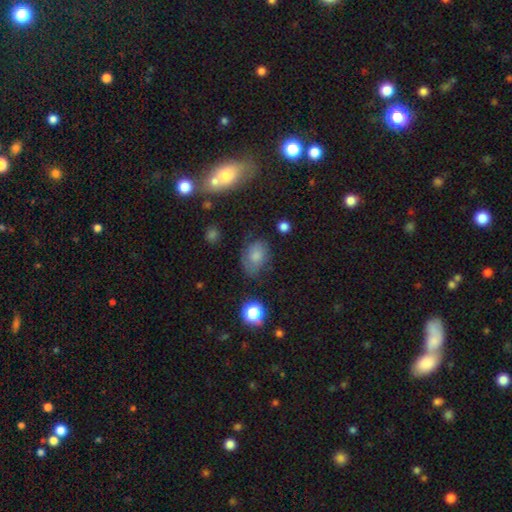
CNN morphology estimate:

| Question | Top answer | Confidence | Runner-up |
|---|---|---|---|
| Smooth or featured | smooth | 65% | featured or disk (22%) |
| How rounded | in between | 76% | round (23%) |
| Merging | none | 62% | minor disturbance (25%) |